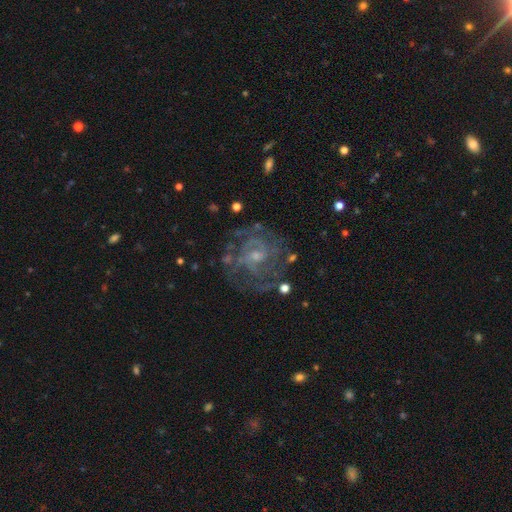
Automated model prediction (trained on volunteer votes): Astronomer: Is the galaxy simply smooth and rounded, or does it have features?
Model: featured or disk — 81%.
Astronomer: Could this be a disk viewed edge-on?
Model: no — 98%.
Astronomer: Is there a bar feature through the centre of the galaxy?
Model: no — 49% (runner-up: weak, 42%).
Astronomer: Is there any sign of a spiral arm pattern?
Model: yes — 92%.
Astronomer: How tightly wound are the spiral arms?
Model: tight — 59%.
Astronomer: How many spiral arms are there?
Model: can't tell — 34% (runner-up: 2, 25%).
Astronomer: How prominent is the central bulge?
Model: small — 61%.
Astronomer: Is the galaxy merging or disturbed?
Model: none — 76%.